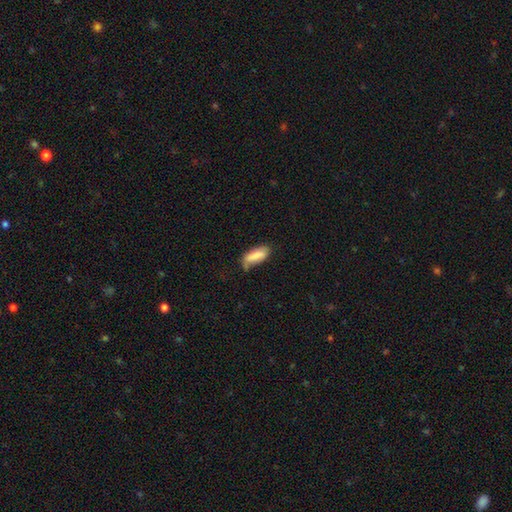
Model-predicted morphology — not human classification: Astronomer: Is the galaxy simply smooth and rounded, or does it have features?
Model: smooth — 82%.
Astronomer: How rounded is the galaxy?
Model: in between — 78%.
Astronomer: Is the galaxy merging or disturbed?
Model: none — 49% (runner-up: minor disturbance, 37%).